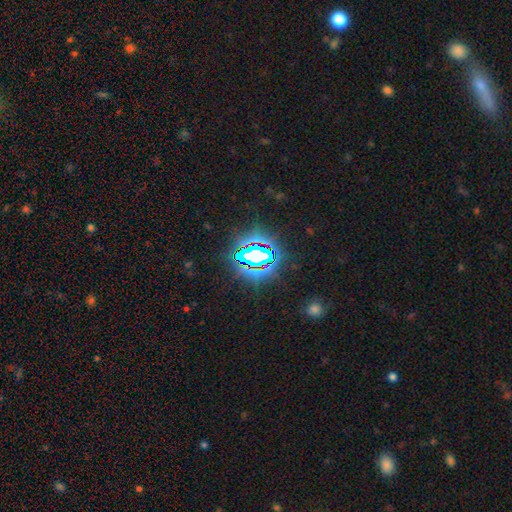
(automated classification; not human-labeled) Smooth or featured? Predicted: star or artifact (p=0.76).